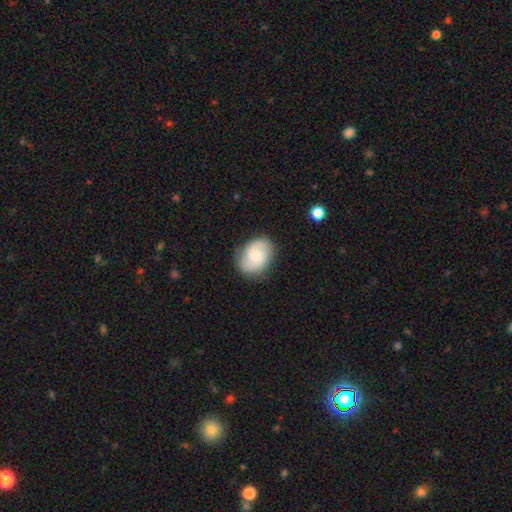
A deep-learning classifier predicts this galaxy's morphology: The model was most divided on "bulge size": small: 44%, moderate: 43%, none: 6%, large: 6%, dominant: 2%. Remaining: edge-on disk — no (97%); spiral arms — yes (92%); spiral arm count — 2 (85%); merging — none (82%); bar — no (61%); smooth or featured — featured or disk (59%); spiral winding — medium (47%).